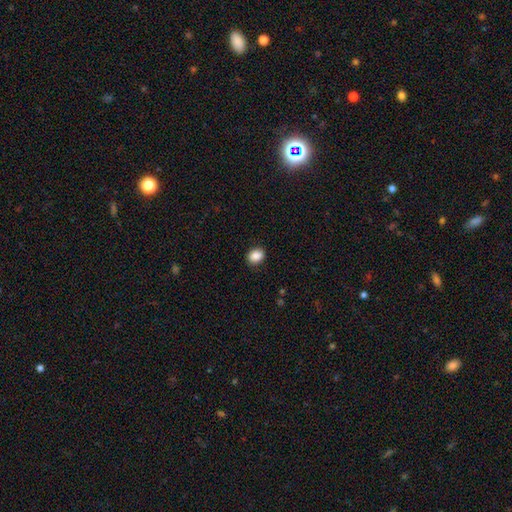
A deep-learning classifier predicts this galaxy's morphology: Smooth or featured: smooth — 87% (star or artifact — 9%)
How rounded: in between — 50% (round — 49%)
Merging: none — 88% (minor disturbance — 9%)